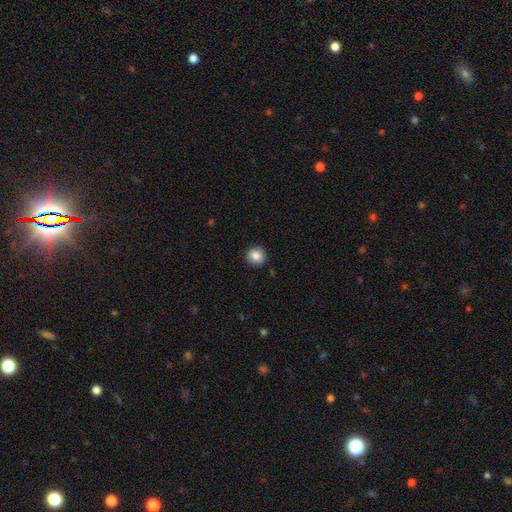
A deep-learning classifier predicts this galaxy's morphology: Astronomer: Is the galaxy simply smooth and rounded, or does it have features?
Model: smooth — 85%.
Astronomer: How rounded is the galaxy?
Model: round — 87%.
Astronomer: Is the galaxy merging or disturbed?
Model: none — 90%.